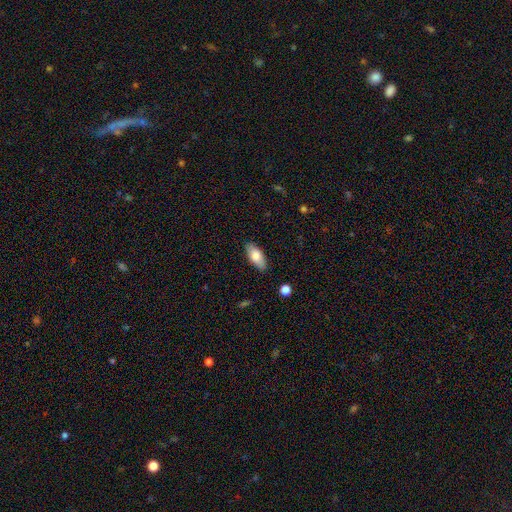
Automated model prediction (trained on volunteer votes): A smooth galaxy with no disk features (77%) that is in between round and cigar-shaped (86%). Merging: none (86%).